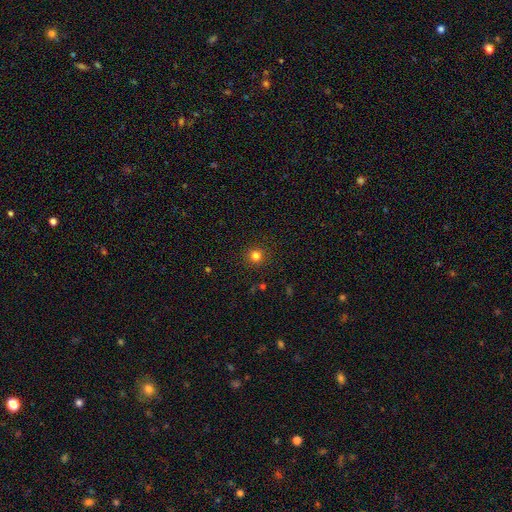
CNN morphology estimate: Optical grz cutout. It shows a smooth galaxy with no disk features (80%) that is round (94%). Merging: none (92%).